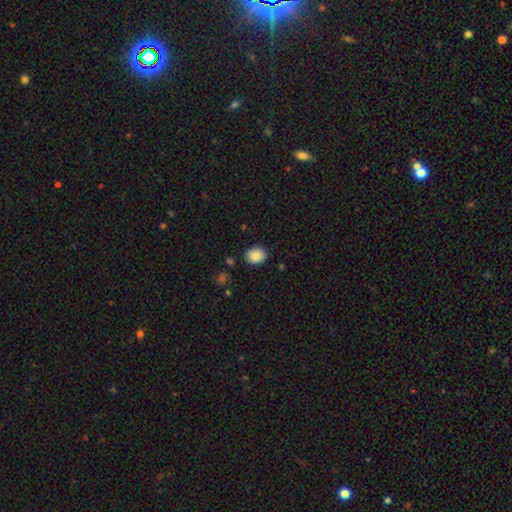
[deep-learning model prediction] Smooth or featured: smooth — 88% (star or artifact — 8%)
How rounded: round — 52% (in between — 47%)
Merging: none — 86% (minor disturbance — 10%)